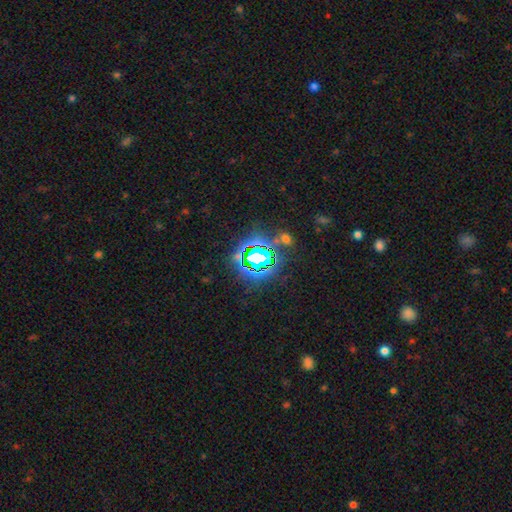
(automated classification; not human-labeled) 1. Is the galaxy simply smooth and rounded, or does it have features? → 77% star or artifact, 13% smooth, 10% featured or disk.